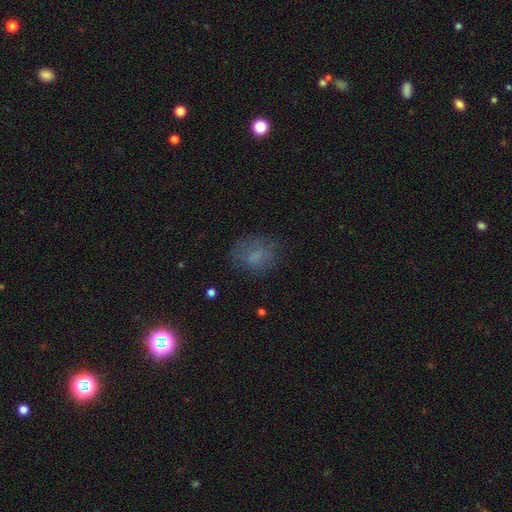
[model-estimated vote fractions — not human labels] Smooth or featured?
  - smooth: 64% *
  - featured or disk: 19%
  - star or artifact: 17%
How rounded?
  - in between: 57% *
  - round: 41%
  - cigar-shaped: 2%
Merging?
  - none: 65% *
  - minor disturbance: 20%
  - major disturbance: 13%
  - merger: 2%